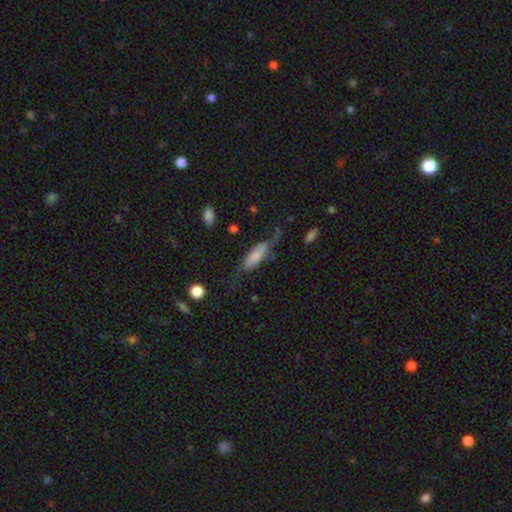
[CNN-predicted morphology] Smooth or featured? smooth (60%)
How rounded? in between (59%)
Merging? none (44%)